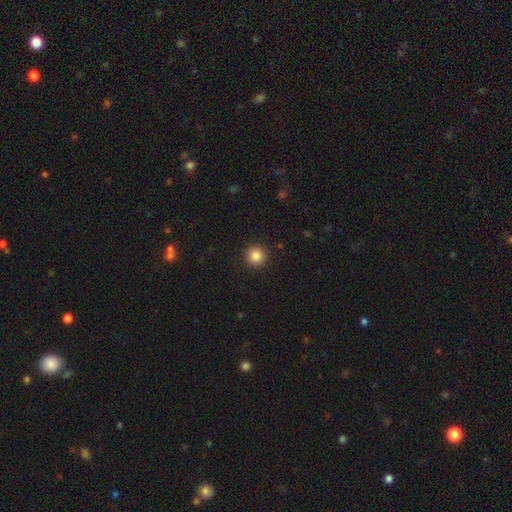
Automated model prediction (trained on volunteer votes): Smooth or featured: smooth — 85% (star or artifact — 10%)
How rounded: round — 95% (in between — 4%)
Merging: none — 93% (minor disturbance — 5%)